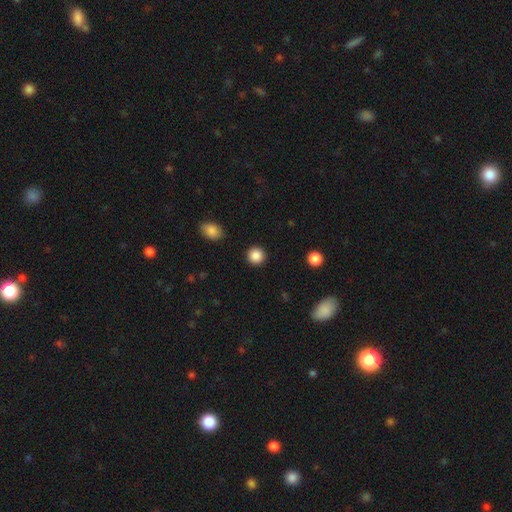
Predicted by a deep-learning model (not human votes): A smooth galaxy with no disk features (88%) that is round (94%). Merging: none (92%).